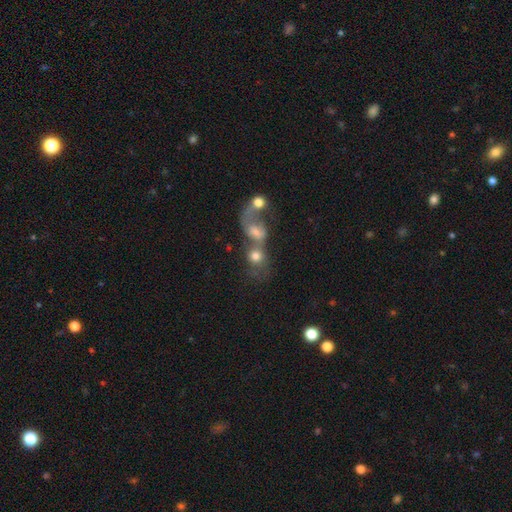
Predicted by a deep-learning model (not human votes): Smooth or featured?
  - smooth: 54% *
  - featured or disk: 32%
  - star or artifact: 14%
How rounded?
  - round: 56% *
  - in between: 41%
  - cigar-shaped: 2%
Merging?
  - merger: 73% *
  - none: 12%
  - major disturbance: 10%
  - minor disturbance: 5%